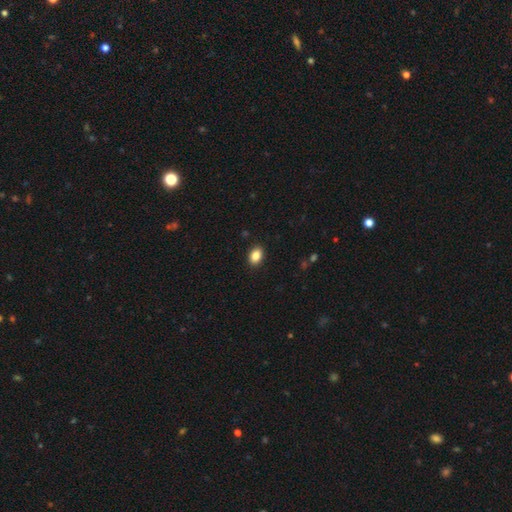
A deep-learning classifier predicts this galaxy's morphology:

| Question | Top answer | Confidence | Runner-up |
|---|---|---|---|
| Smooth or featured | smooth | 87% | star or artifact (9%) |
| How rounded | in between | 75% | round (23%) |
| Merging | none | 90% | minor disturbance (7%) |